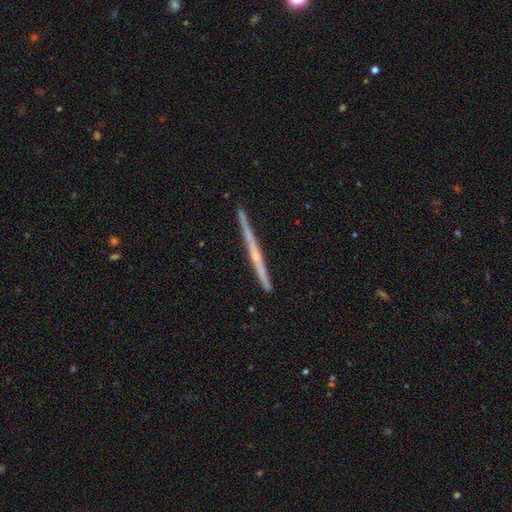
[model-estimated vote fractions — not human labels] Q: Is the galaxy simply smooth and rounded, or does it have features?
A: featured or disk — 74%.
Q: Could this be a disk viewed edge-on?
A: yes — 98%.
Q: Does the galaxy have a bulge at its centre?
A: none — 51%.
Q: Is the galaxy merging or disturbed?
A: none — 90%.